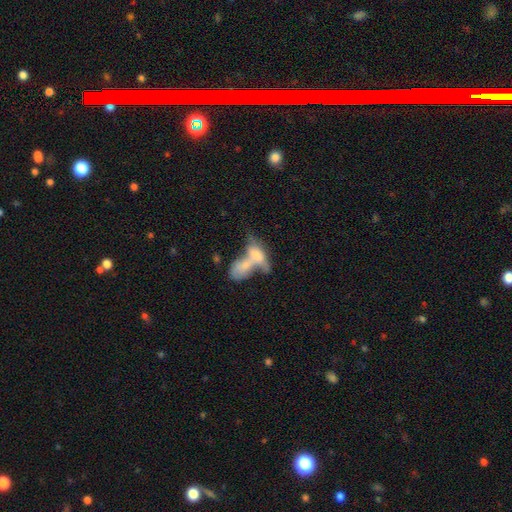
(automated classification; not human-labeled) Smooth or featured: smooth — 54% (featured or disk — 37%)
How rounded: in between — 71% (cigar-shaped — 24%)
Merging: merger — 71% (none — 14%)